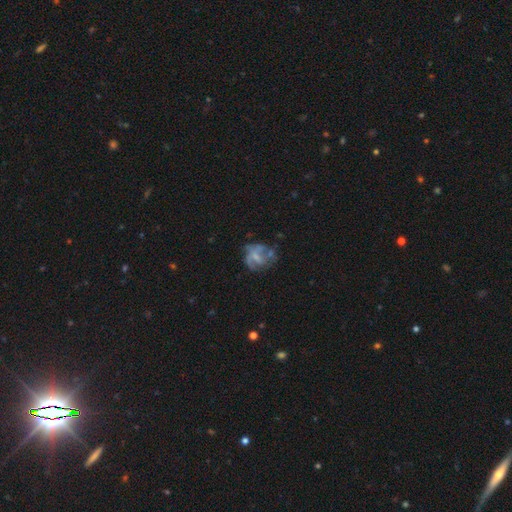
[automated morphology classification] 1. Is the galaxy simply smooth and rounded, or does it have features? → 59% featured or disk, 30% smooth, 11% star or artifact.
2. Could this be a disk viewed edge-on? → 98% no, 2% yes.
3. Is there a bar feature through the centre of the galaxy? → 61% no, 32% weak, 7% strong.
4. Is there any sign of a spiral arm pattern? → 54% no, 46% yes.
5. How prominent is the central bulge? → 38% small, 35% none, 23% moderate, 2% large, 1% dominant.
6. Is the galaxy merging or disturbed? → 45% none, 26% major disturbance, 22% minor disturbance, 6% merger.